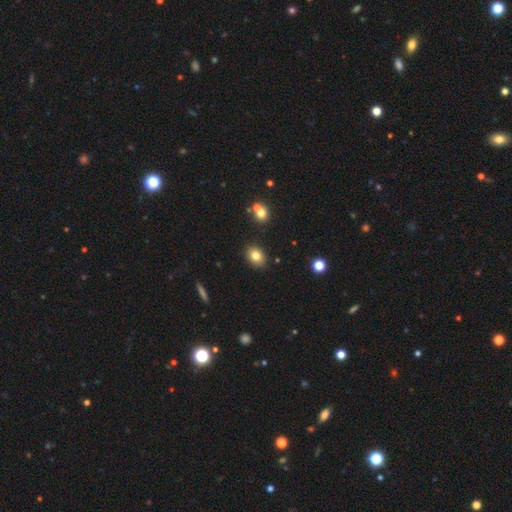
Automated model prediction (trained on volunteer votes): This appears to be a smooth galaxy with no disk features (80%) that is in between round and cigar-shaped (64%). Merging: none (87%).